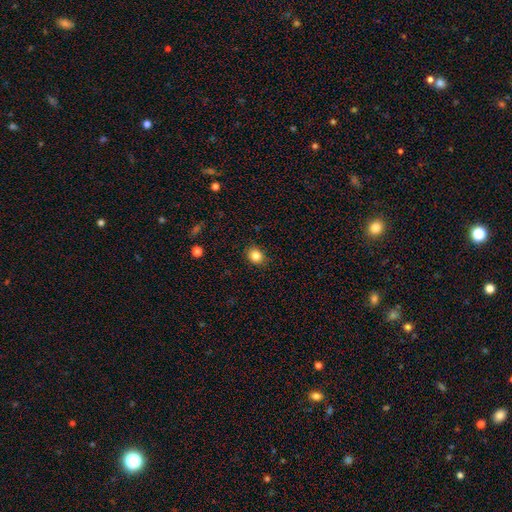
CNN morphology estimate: A smooth galaxy with no disk features (84%) that is round (65%). Merging: none (86%).